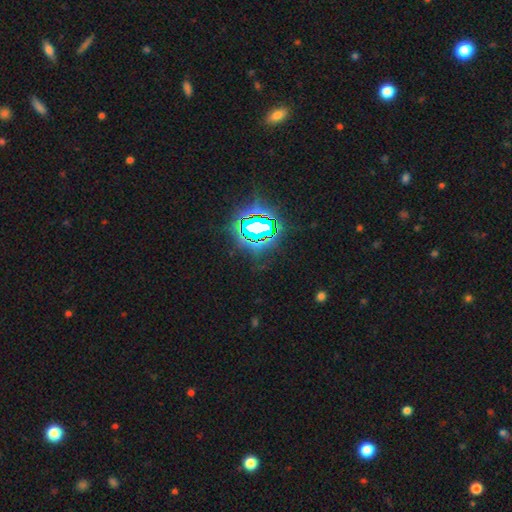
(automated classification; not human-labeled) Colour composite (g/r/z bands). It shows a star or artifact, not a galaxy (85%).